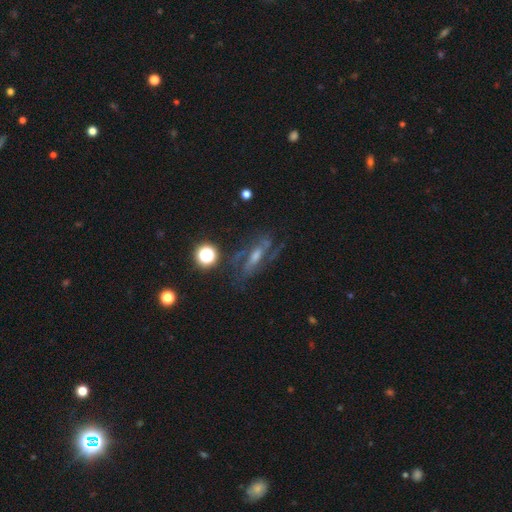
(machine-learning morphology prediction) A featured or disk galaxy (71%) with a weak bar (36%), spiral arms (84%) and a moderate central bulge (41%). Merging: none (66%).